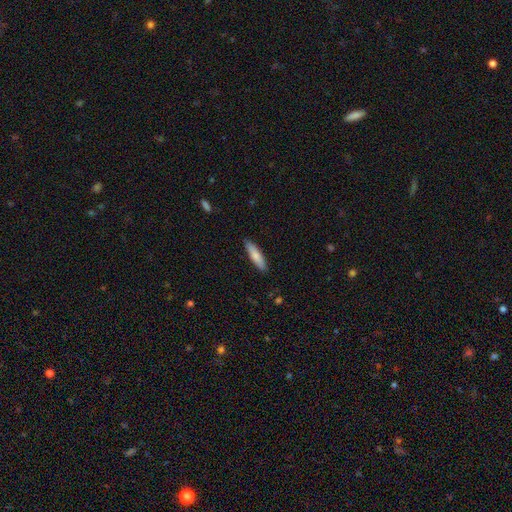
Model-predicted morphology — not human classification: A smooth galaxy with no disk features (80%) that is cigar-shaped (74%).

Vote fractions:
- Smooth or featured? smooth: 80% / featured or disk: 15% / star or artifact: 5%
- How rounded? cigar-shaped: 74% / in between: 25% / round: 1%
- Merging? none: 88% / minor disturbance: 9% / major disturbance: 2% / merger: 1%